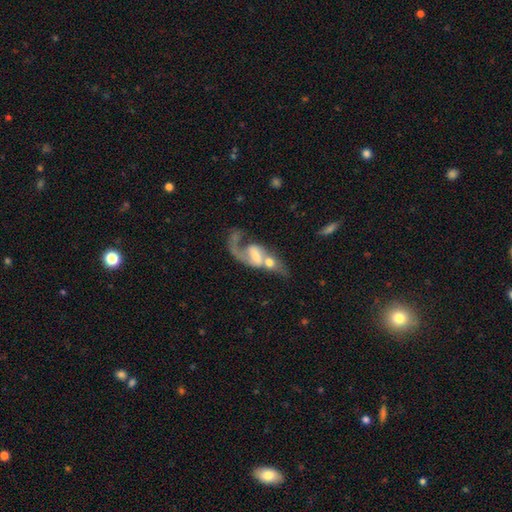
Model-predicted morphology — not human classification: type=featured or disk (74%); edge-on=no (95%); bar=weak (41%); spiral arms=yes (81%); winding=loose (66%); arm count=1 (49%); bulge=moderate (43%); merging=merger (58%).